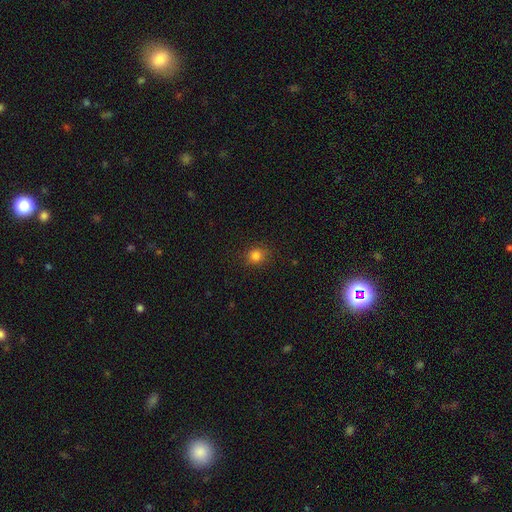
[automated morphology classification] The model was most divided on "smooth or featured": smooth: 82%, star or artifact: 14%, featured or disk: 4%. More confident: merging — none (87%); how rounded — round (84%).